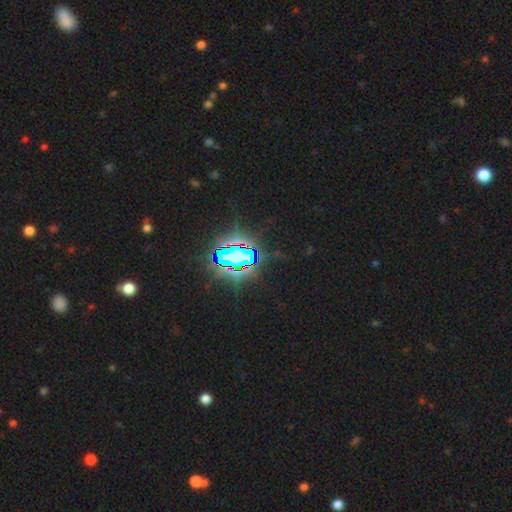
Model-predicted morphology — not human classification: Smooth or featured? Predicted: star or artifact (p=0.78).